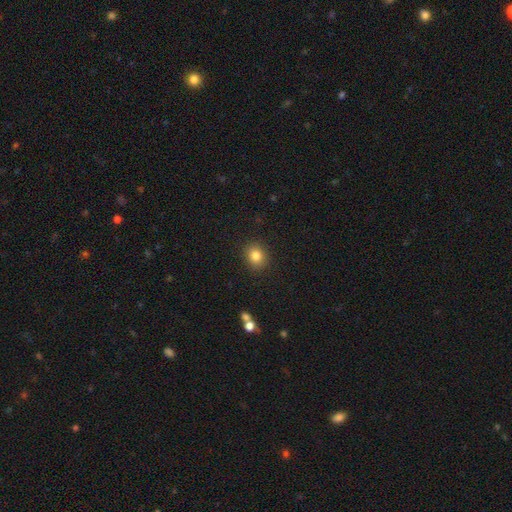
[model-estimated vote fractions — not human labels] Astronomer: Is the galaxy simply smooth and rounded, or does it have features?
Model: smooth — 84%.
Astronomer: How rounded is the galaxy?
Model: round — 67%.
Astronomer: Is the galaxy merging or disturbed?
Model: none — 89%.